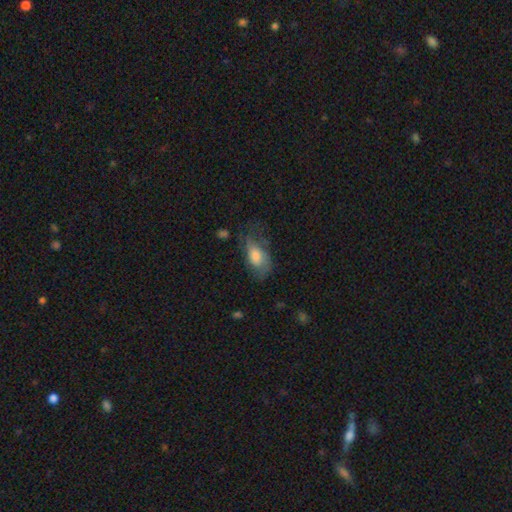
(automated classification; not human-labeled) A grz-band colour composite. It shows a smooth galaxy with no disk features (61%) that is in between round and cigar-shaped (88%). Merging: none (43%).